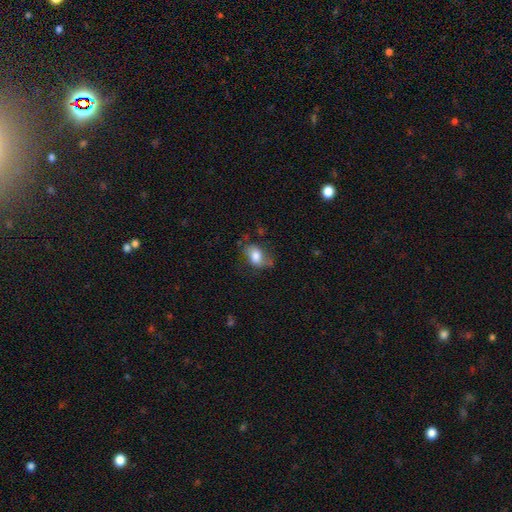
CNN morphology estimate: Smooth or featured? Predicted: smooth (p=0.73). How rounded? Predicted: in between (p=0.82). Merging? Predicted: none (p=0.57).